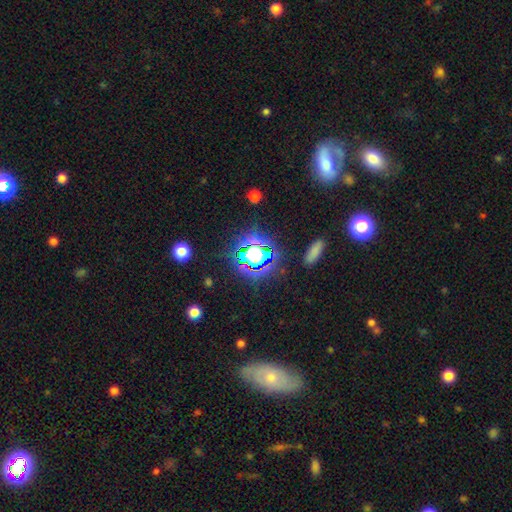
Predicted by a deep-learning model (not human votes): Q: Smooth or featured?
A: star or artifact (61%); runner-up: smooth (27%)